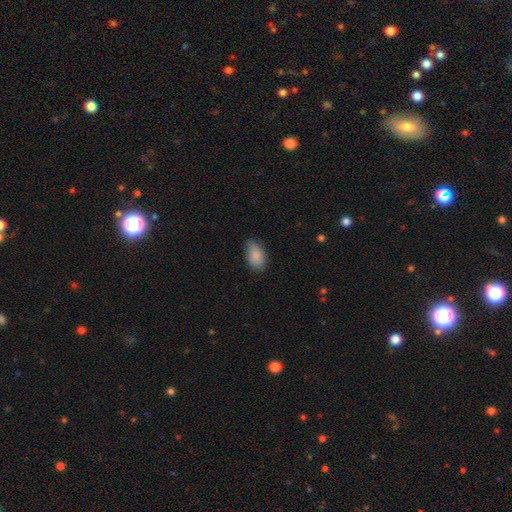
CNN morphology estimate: Smooth or featured? Predicted: smooth (p=0.88). How rounded? Predicted: in between (p=0.92). Merging? Predicted: none (p=0.76).